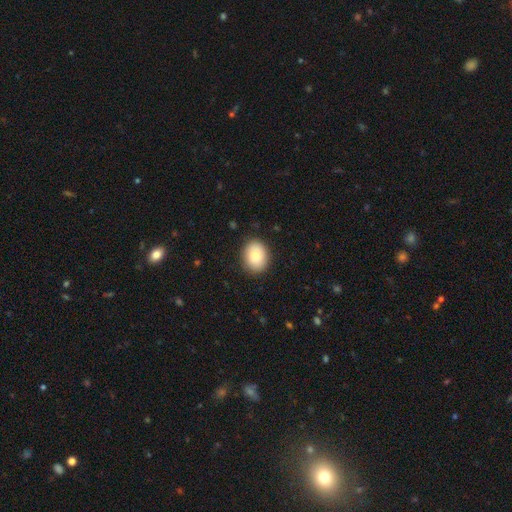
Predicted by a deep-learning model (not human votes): Smooth or featured?
  - smooth: 85% *
  - featured or disk: 8%
  - star or artifact: 7%
How rounded?
  - in between: 57% *
  - round: 42%
  - cigar-shaped: 1%
Merging?
  - none: 87% *
  - minor disturbance: 10%
  - major disturbance: 2%
  - merger: 1%